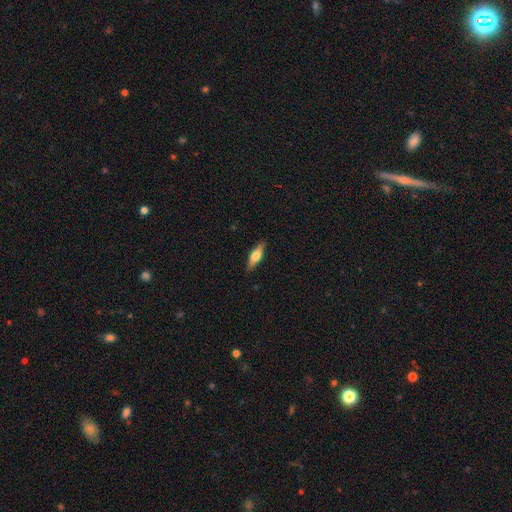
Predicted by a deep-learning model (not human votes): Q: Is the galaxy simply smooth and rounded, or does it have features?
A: featured or disk — 48%.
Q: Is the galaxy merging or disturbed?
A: none — 89%.